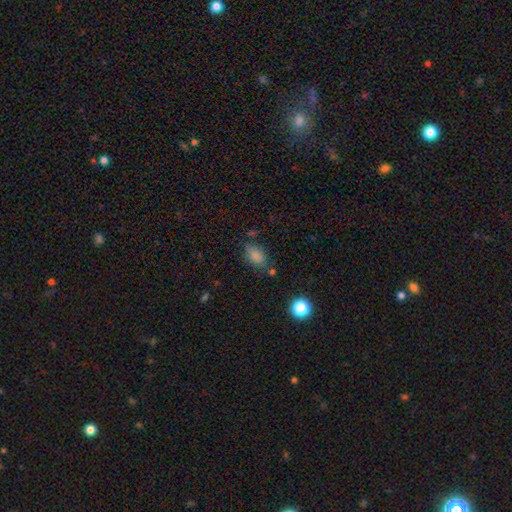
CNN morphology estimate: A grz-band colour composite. It shows a smooth galaxy with no disk features (80%) that is in between round and cigar-shaped (87%). Merging: none (67%).